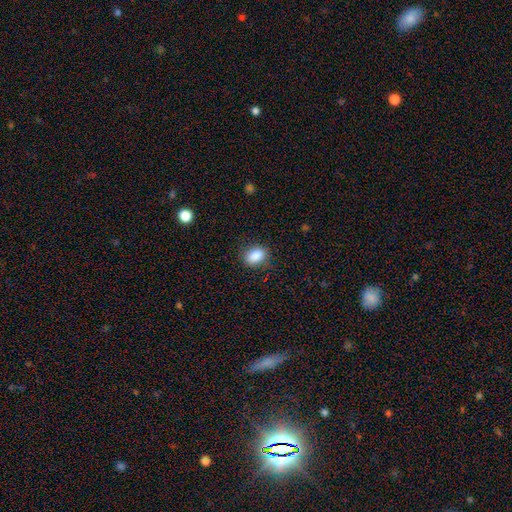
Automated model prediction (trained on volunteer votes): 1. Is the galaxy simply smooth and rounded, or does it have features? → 87% smooth, 9% star or artifact, 4% featured or disk.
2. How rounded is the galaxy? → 77% in between, 22% round, 2% cigar-shaped.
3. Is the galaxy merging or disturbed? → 81% none, 14% minor disturbance, 4% major disturbance, 1% merger.